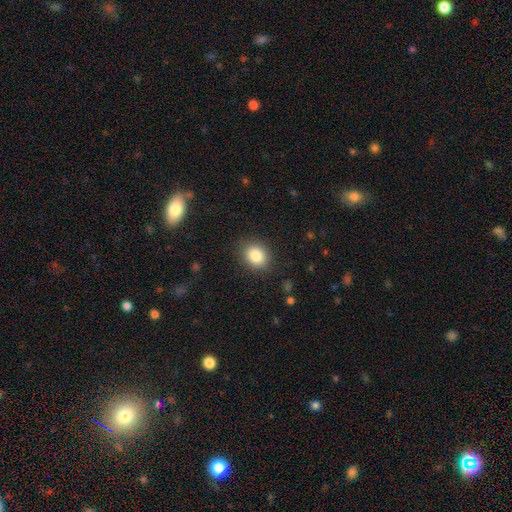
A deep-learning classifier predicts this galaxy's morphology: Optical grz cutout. It shows a smooth galaxy with no disk features (85%) that is round (61%). Merging: none (87%).